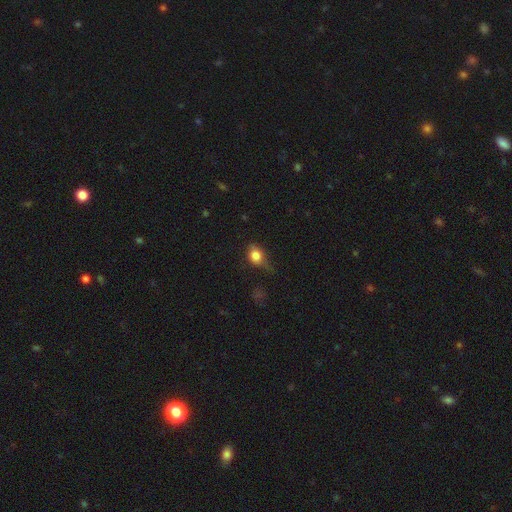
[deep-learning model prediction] Q: Smooth or featured?
A: smooth (78%); runner-up: featured or disk (11%)
Q: How rounded?
A: round (50%); runner-up: in between (47%)
Q: Merging?
A: none (44%); runner-up: minor disturbance (36%)